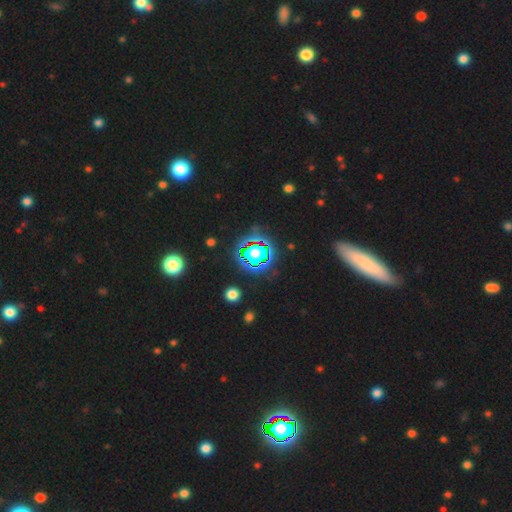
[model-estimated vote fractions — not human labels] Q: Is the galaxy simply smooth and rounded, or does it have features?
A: star or artifact — 66%.